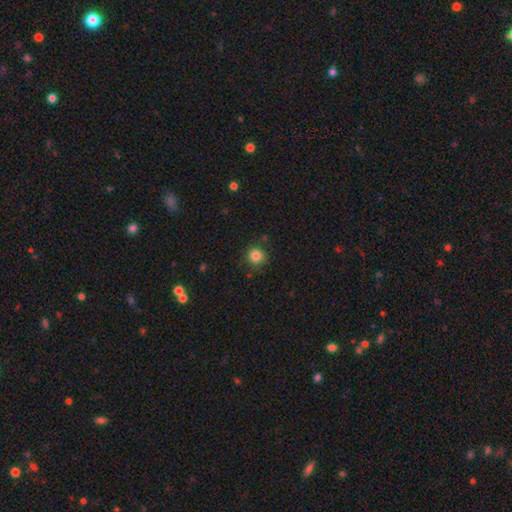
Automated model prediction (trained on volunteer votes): smooth_or_featured: smooth (p=0.84) [alt: star or artifact p=0.12]
how_rounded: round (p=0.93) [alt: in between p=0.06]
merging: none (p=0.86) [alt: minor disturbance p=0.09]